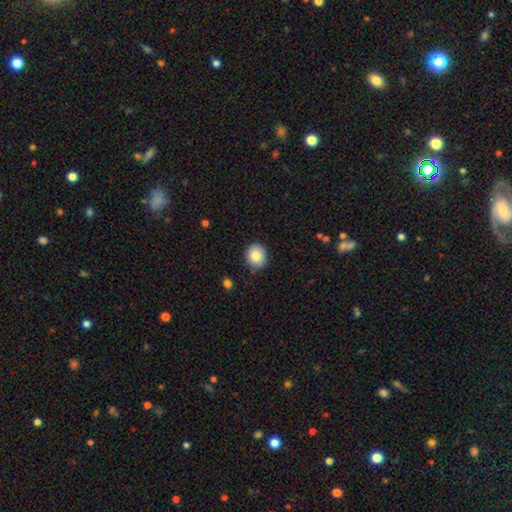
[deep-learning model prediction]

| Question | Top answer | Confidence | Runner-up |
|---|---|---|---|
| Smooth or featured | smooth | 83% | star or artifact (9%) |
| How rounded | round | 83% | in between (16%) |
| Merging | none | 84% | minor disturbance (12%) |